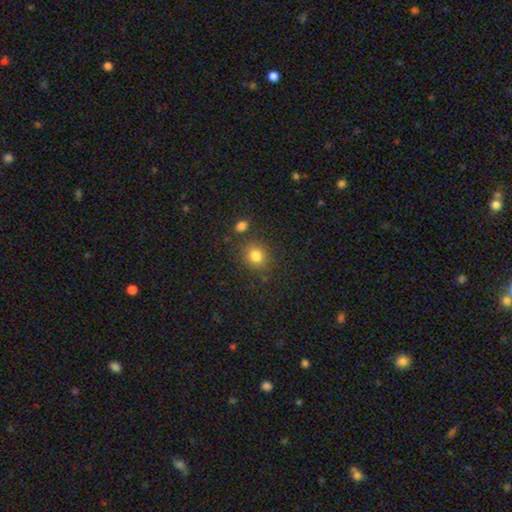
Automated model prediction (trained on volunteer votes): smooth-or-featured: smooth: 82% | star or artifact: 12% | featured or disk: 6%
  how-rounded: round: 78% | in between: 21% | cigar-shaped: 1%
  merging: none: 80% | minor disturbance: 10% | merger: 6% | major disturbance: 4%